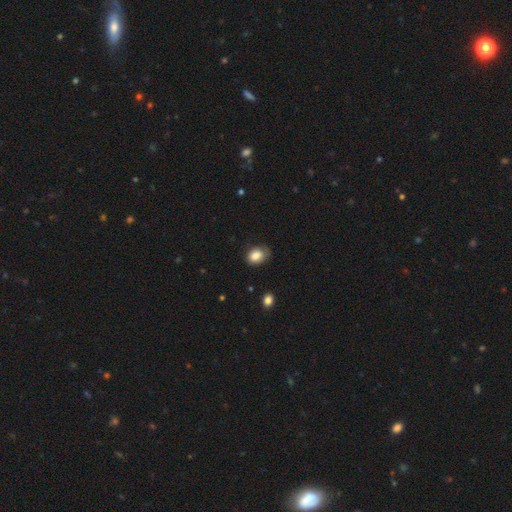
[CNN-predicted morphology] Smooth or featured?
  - smooth: 82% *
  - featured or disk: 10%
  - star or artifact: 8%
How rounded?
  - in between: 66% *
  - round: 33%
  - cigar-shaped: 1%
Merging?
  - none: 63% *
  - minor disturbance: 28%
  - major disturbance: 7%
  - merger: 1%